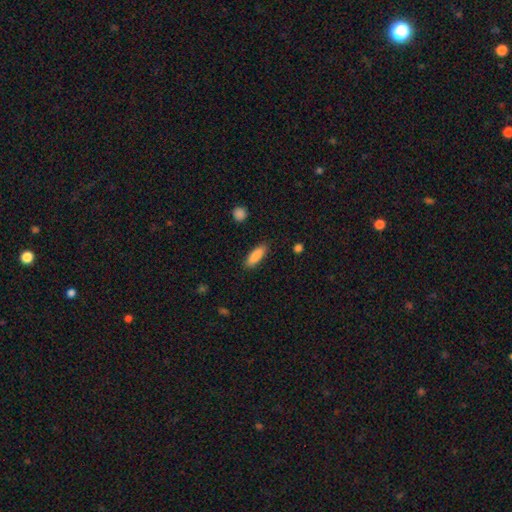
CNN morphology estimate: This appears to be a smooth galaxy with no disk features (87%) that is in between round and cigar-shaped (52%). Merging: none (87%).